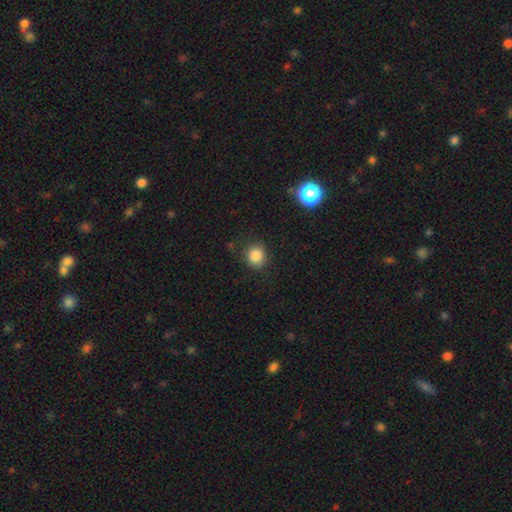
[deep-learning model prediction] The model was most divided on "how rounded": round: 84%, in between: 15%, cigar-shaped: 1%. More confident: smooth or featured — smooth (84%); merging — none (83%).